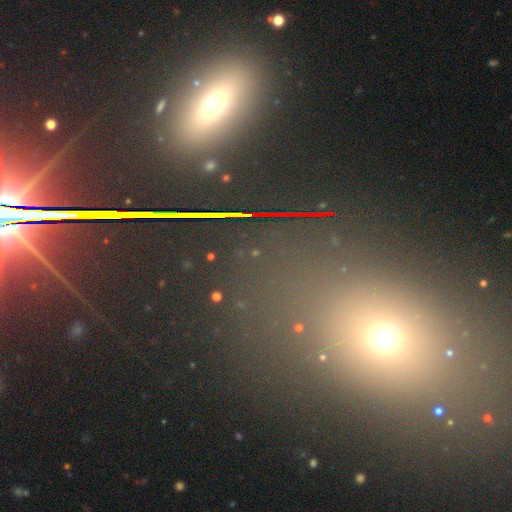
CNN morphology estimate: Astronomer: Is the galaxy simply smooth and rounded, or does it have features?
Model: star or artifact — 53% (runner-up: smooth, 34%).